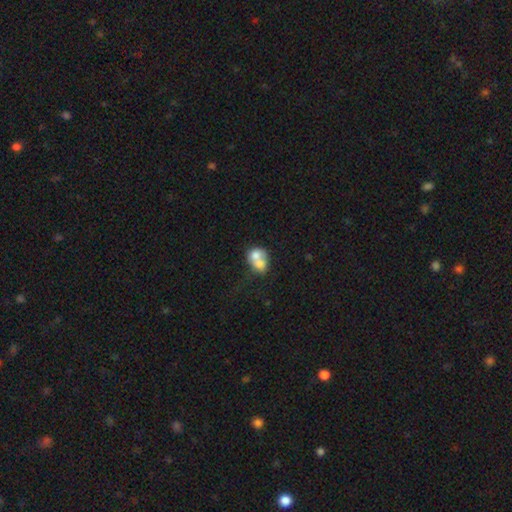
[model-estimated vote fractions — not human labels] smooth 66%, featured or disk 25%, star or artifact 9%. Down the decision tree: how rounded — round (52%); merging — merger (70%).